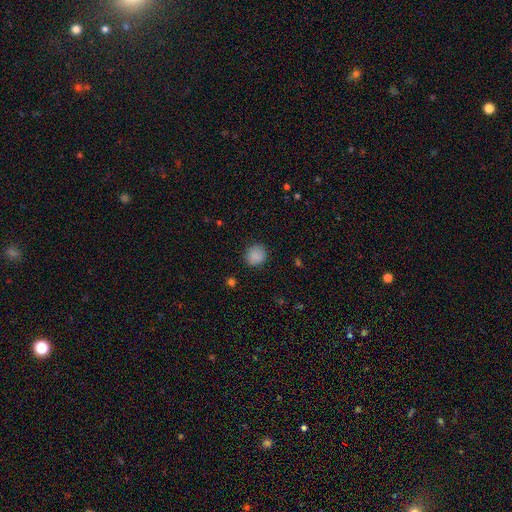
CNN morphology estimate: Smooth or featured? Predicted: smooth (p=0.87). How rounded? Predicted: round (p=0.85). Merging? Predicted: none (p=0.86).